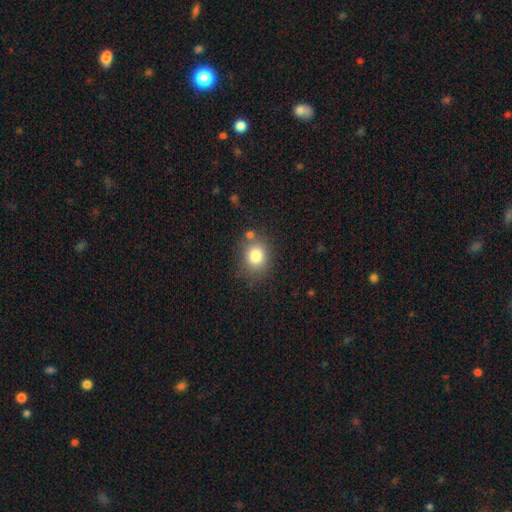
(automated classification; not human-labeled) Smooth or featured?
  - smooth: 81% *
  - star or artifact: 11%
  - featured or disk: 9%
How rounded?
  - round: 64% *
  - in between: 35%
  - cigar-shaped: 1%
Merging?
  - none: 74% *
  - minor disturbance: 14%
  - merger: 8%
  - major disturbance: 4%